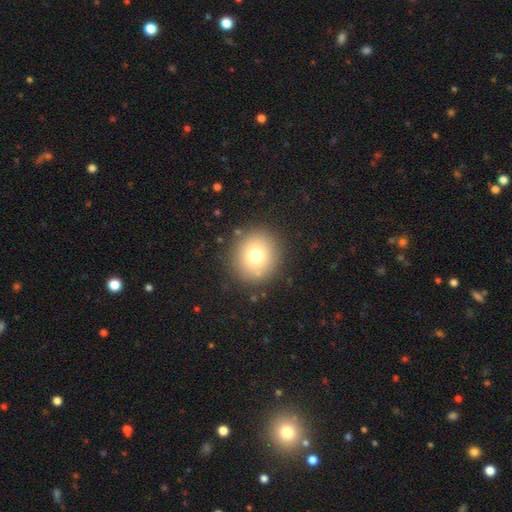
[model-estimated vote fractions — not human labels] A smooth galaxy with no disk features (75%) that is round (87%). Merging: none (87%).